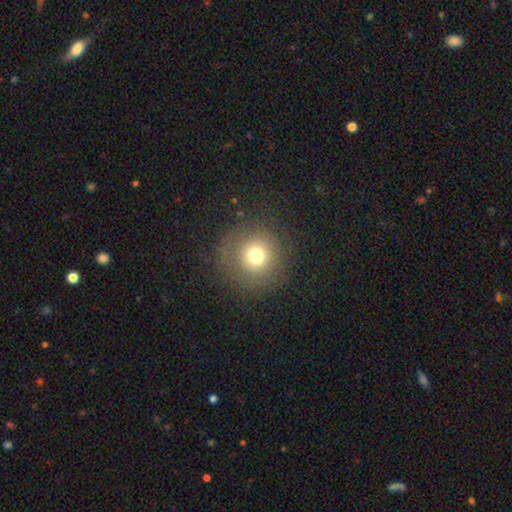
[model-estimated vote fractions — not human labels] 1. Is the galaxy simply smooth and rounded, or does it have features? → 71% smooth, 16% star or artifact, 13% featured or disk.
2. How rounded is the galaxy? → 95% round, 4% in between, 1% cigar-shaped.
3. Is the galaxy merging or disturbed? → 84% none, 9% minor disturbance, 6% major disturbance, 1% merger.